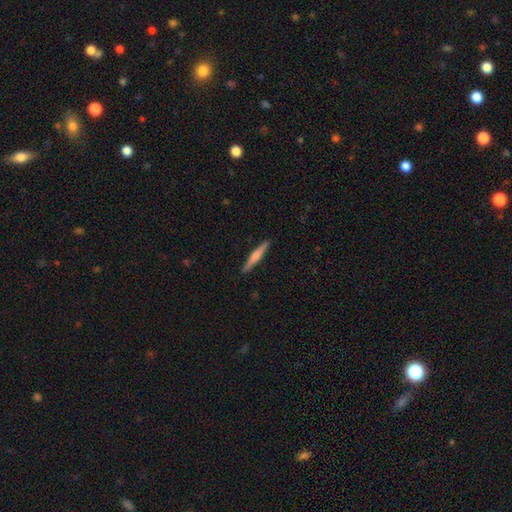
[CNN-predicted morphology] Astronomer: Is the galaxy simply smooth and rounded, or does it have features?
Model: featured or disk — 50% (runner-up: smooth, 44%).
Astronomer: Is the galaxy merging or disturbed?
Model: none — 92%.